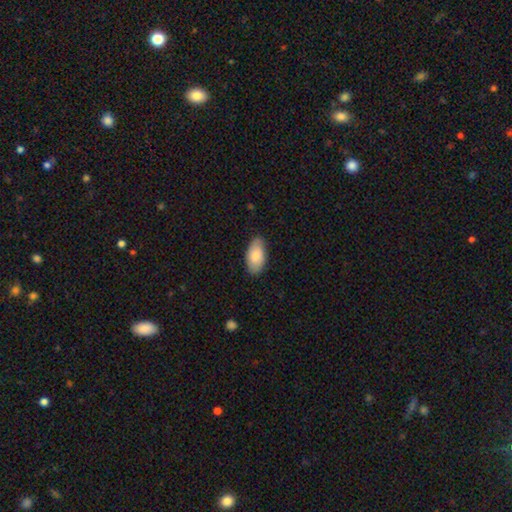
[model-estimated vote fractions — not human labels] Smooth or featured?
  - smooth: 83% *
  - featured or disk: 11%
  - star or artifact: 6%
How rounded?
  - in between: 95% *
  - cigar-shaped: 3%
  - round: 2%
Merging?
  - none: 83% *
  - minor disturbance: 14%
  - major disturbance: 2%
  - merger: 1%